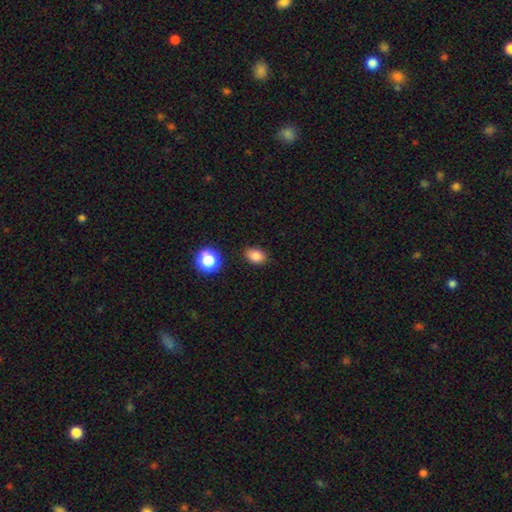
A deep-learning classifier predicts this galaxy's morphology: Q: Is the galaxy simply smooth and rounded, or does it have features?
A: smooth — 83%.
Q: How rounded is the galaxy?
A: in between — 69%.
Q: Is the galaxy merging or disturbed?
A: none — 86%.